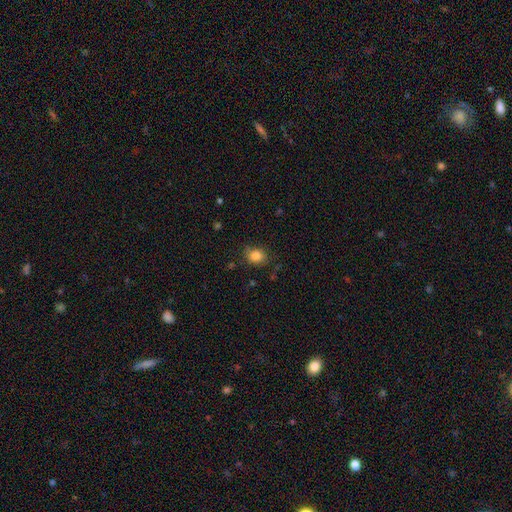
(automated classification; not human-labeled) Overall: smooth (85%). How rounded: round (58%; in between 41%). Merging: none (76%).